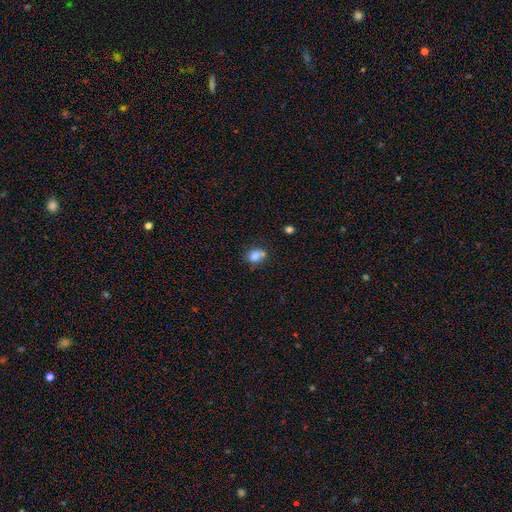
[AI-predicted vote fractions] A smooth galaxy with no disk features (79%) that is in between round and cigar-shaped (60%). Merging: none (48%).